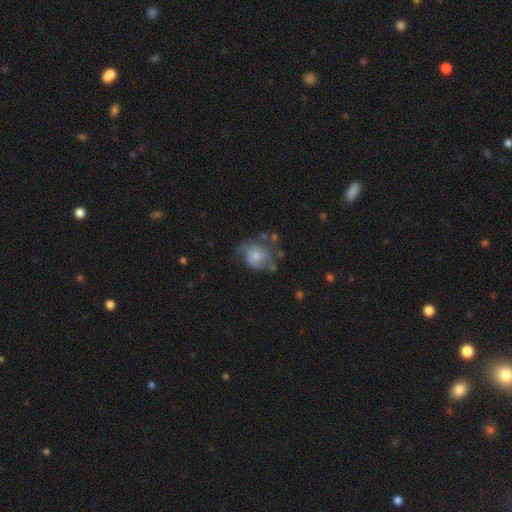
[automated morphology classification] smooth-or-featured: smooth: 55% | featured or disk: 36% | star or artifact: 8%
  how-rounded: round: 52% | in between: 47% | cigar-shaped: 1%
  merging: none: 39% | minor disturbance: 31% | major disturbance: 23% | merger: 7%